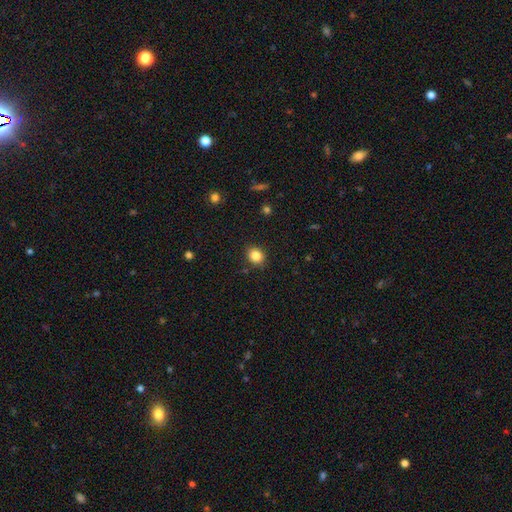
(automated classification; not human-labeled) smooth 84%, star or artifact 10%, featured or disk 5%. Down the decision tree: how rounded — round (63%); merging — none (87%).